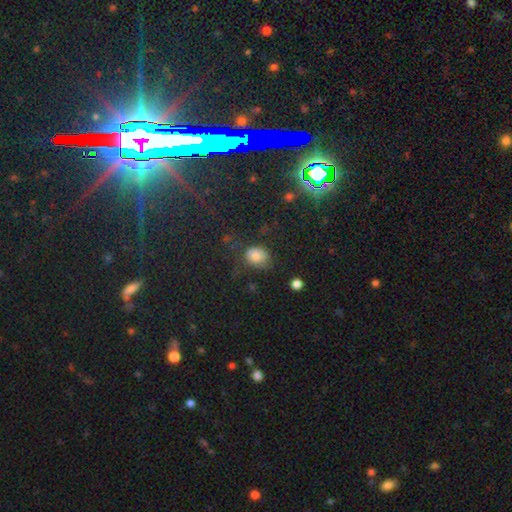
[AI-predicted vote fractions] A smooth galaxy with no disk features (74%) that is round (50%).

Vote fractions:
- Smooth or featured? smooth: 74% / star or artifact: 18% / featured or disk: 8%
- How rounded? round: 50% / in between: 49% / cigar-shaped: 1%
- Merging? none: 65% / minor disturbance: 24% / major disturbance: 9% / merger: 3%